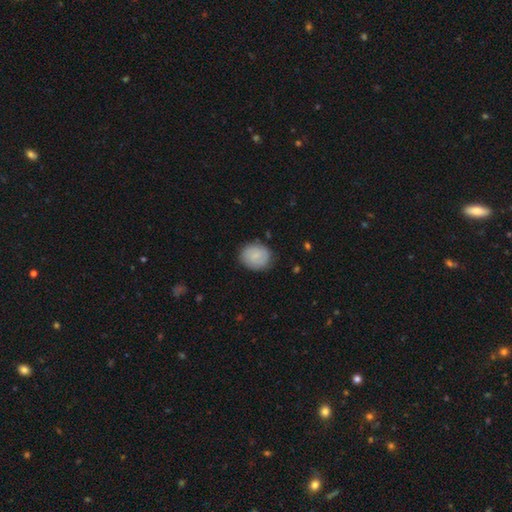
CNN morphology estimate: Smooth or featured? Predicted: smooth (p=0.70). How rounded? Predicted: round (p=0.66). Merging? Predicted: none (p=0.81).